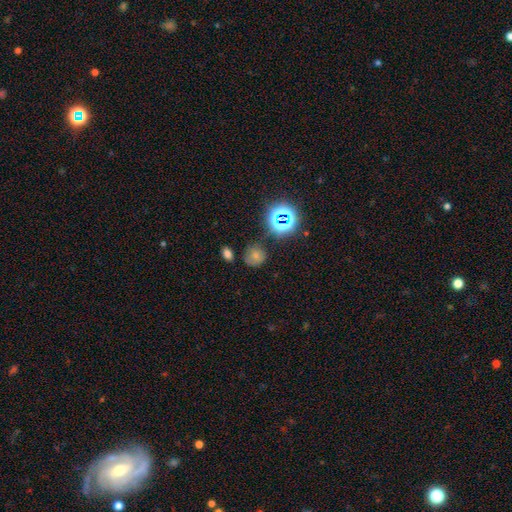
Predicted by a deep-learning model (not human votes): A smooth galaxy with no disk features (65%) that is round (82%).

Vote fractions:
- Smooth or featured? smooth: 65% / star or artifact: 25% / featured or disk: 10%
- How rounded? round: 82% / in between: 17% / cigar-shaped: 1%
- Merging? none: 69% / minor disturbance: 19% / major disturbance: 6% / merger: 6%